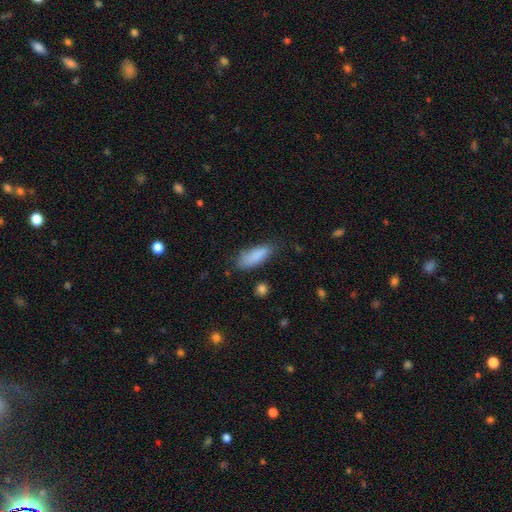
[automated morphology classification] Smooth or featured: smooth — 86% (star or artifact — 7%)
How rounded: in between — 64% (cigar-shaped — 34%)
Merging: none — 69% (minor disturbance — 23%)